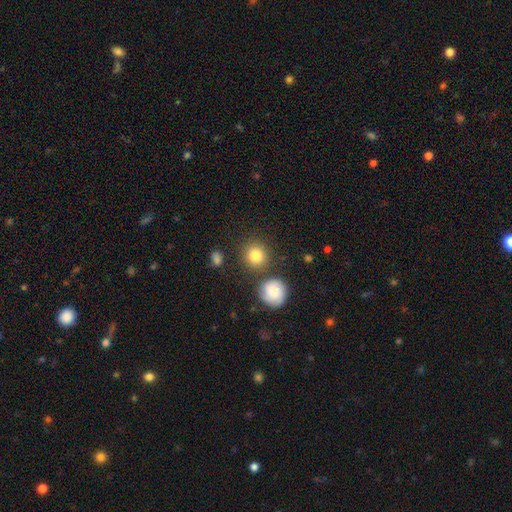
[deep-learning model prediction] smooth_or_featured: smooth (p=0.83) [alt: featured or disk p=0.09]
how_rounded: round (p=0.92) [alt: in between p=0.07]
merging: none (p=0.80) [alt: minor disturbance p=0.09]